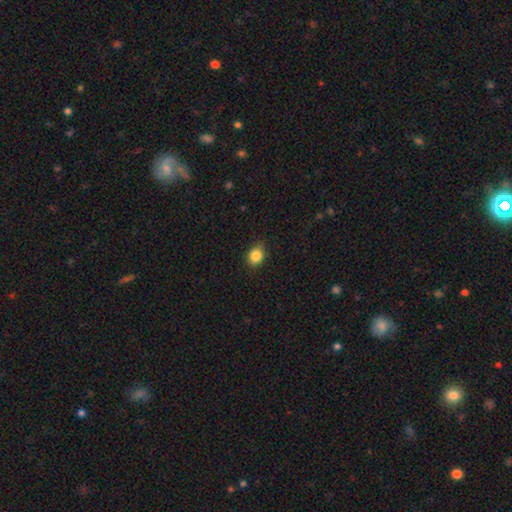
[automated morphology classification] A smooth galaxy with no disk features (85%) that is round (51%). Merging: none (84%).